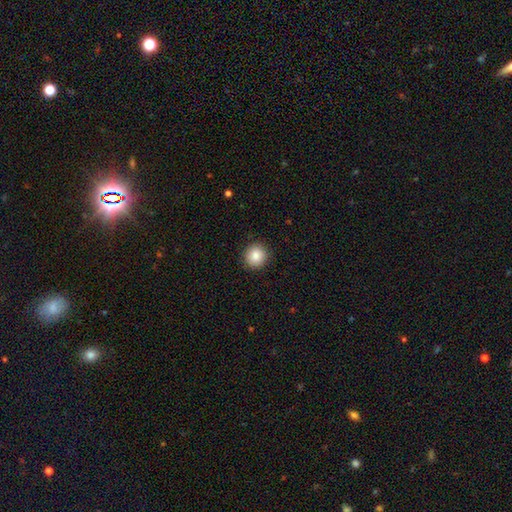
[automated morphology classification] type=smooth (86%); roundness=round (93%); merging=none (92%).